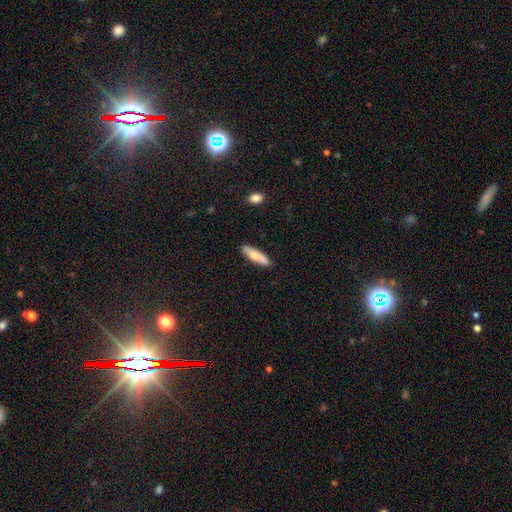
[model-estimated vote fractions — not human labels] Smooth or featured: smooth — 72% (featured or disk — 23%)
How rounded: cigar-shaped — 62% (in between — 36%)
Merging: none — 86% (minor disturbance — 11%)